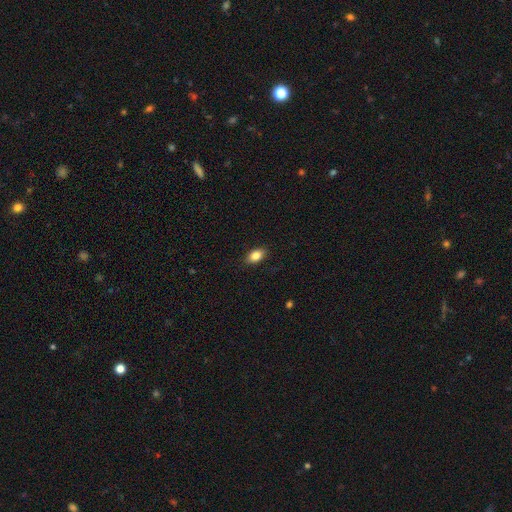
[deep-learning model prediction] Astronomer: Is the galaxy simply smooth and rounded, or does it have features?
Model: smooth — 84%.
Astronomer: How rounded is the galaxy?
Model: in between — 86%.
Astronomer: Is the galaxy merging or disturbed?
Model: none — 87%.